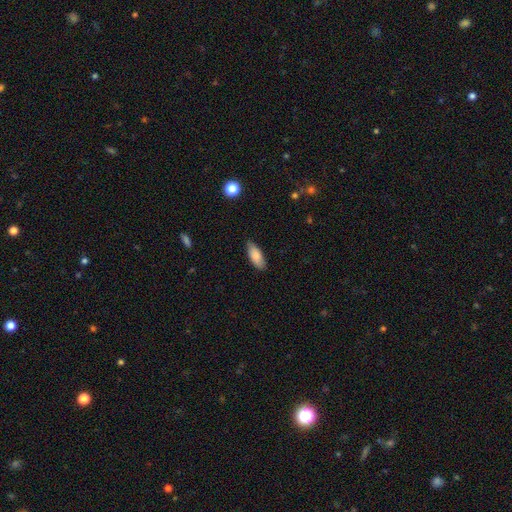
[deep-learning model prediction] A smooth galaxy with no disk features (82%) that is in between round and cigar-shaped (80%). Merging: none (85%).